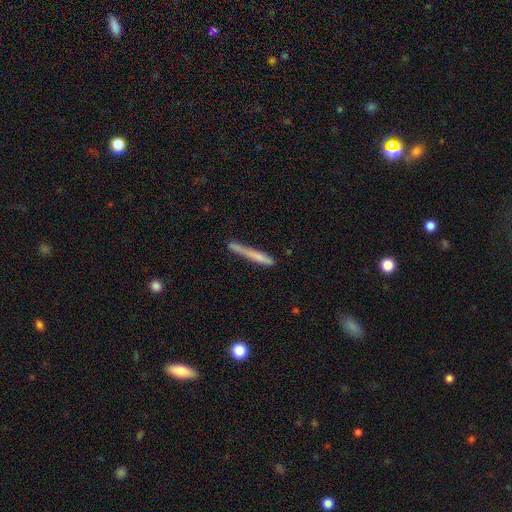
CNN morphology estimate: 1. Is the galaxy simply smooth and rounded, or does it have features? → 63% smooth, 29% featured or disk, 8% star or artifact.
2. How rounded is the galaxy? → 96% cigar-shaped, 3% in between, 1% round.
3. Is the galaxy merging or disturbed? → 70% none, 20% minor disturbance, 6% major disturbance, 5% merger.